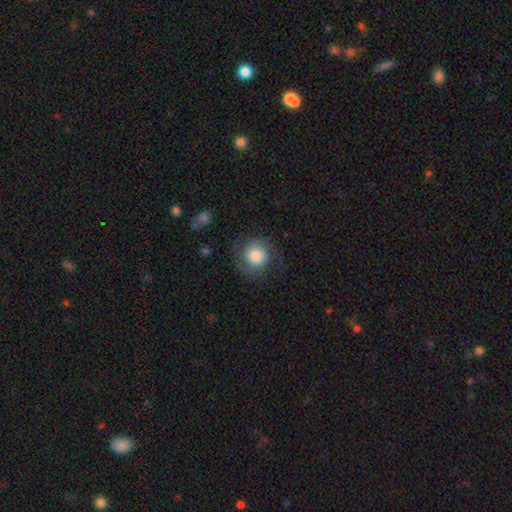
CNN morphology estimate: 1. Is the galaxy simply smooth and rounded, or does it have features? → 51% smooth, 40% featured or disk, 8% star or artifact.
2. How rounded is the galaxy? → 90% round, 10% in between, 1% cigar-shaped.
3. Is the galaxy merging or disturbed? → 72% none, 16% minor disturbance, 10% major disturbance, 1% merger.